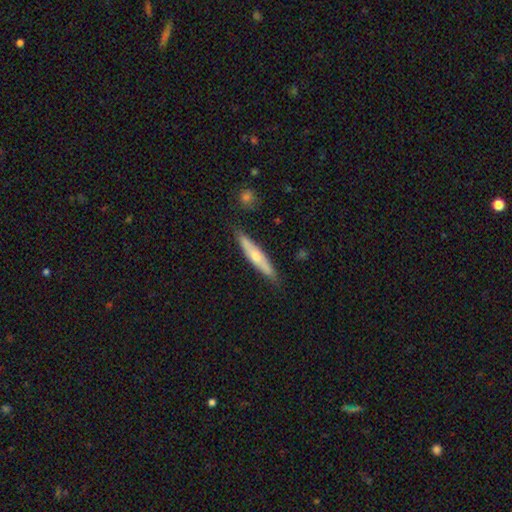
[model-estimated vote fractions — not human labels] Q: Smooth or featured?
A: featured or disk (48%); runner-up: smooth (46%)
Q: Merging?
A: none (84%); runner-up: minor disturbance (12%)